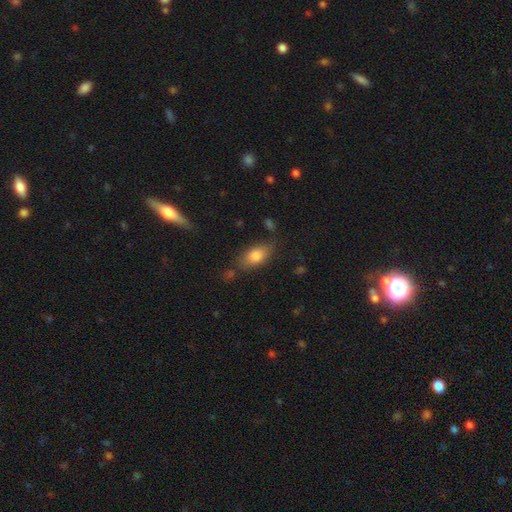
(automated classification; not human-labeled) This is clearly a smooth galaxy (81%). How rounded: clearly in between (87%). Merging: likely none (68%).